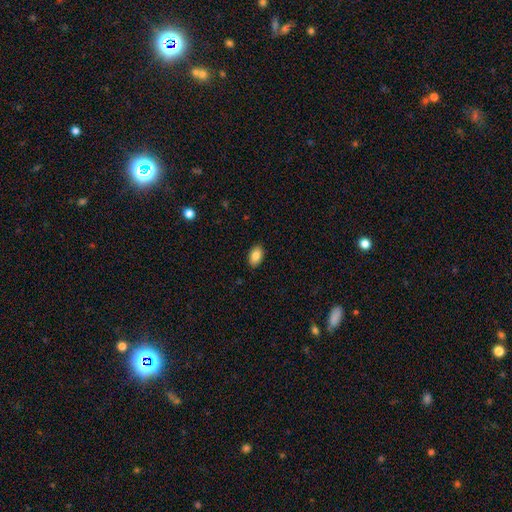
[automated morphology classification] smooth 85%, star or artifact 8%, featured or disk 7%. Down the decision tree: how rounded — in between (90%); merging — none (89%).